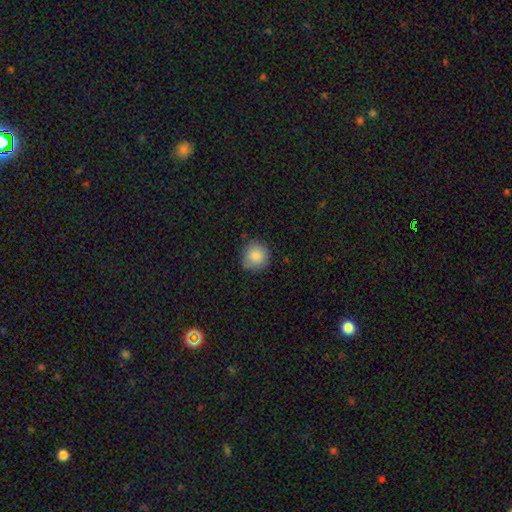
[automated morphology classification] The model was most divided on "merging": none: 80%, minor disturbance: 16%, major disturbance: 3%, merger: 1%. More confident: how rounded — round (93%); smooth or featured — smooth (87%).